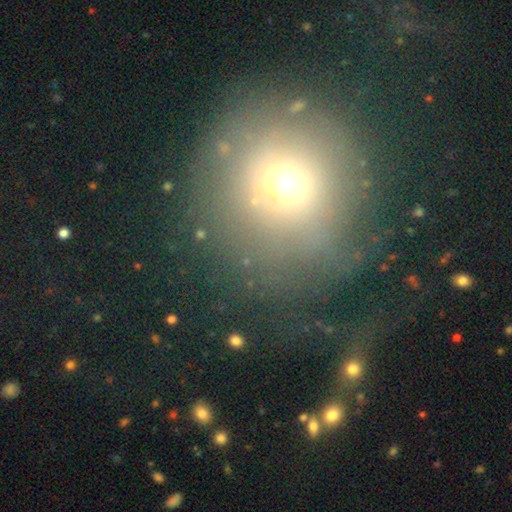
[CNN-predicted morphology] A smooth galaxy with no disk features (59%) that is round (93%). Merging: none (56%).